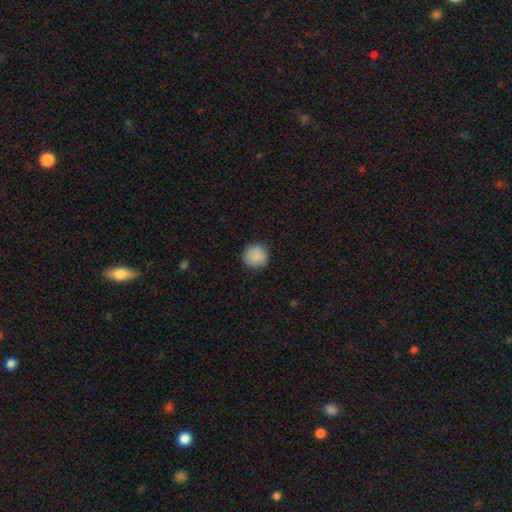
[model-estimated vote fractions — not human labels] Smooth or featured? smooth (89%)
How rounded? round (94%)
Merging? none (89%)